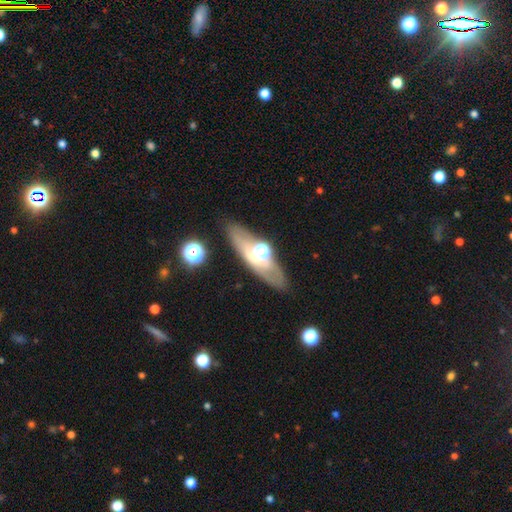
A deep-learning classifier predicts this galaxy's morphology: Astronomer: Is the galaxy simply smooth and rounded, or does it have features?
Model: featured or disk — 63%.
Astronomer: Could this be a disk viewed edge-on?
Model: yes — 52% (runner-up: no, 48%).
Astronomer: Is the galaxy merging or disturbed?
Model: none — 78%.